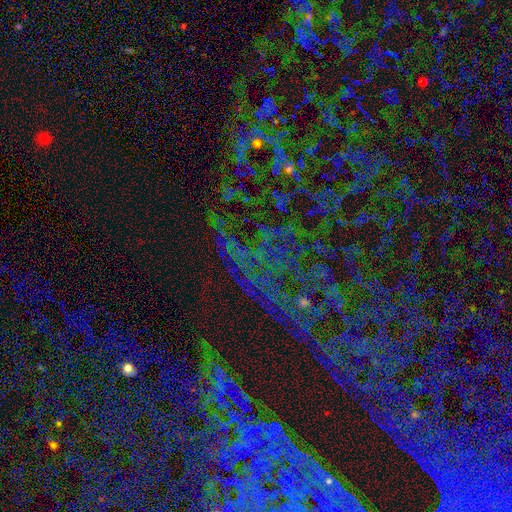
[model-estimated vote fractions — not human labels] smooth-or-featured: star or artifact: 83% | smooth: 9% | featured or disk: 8%